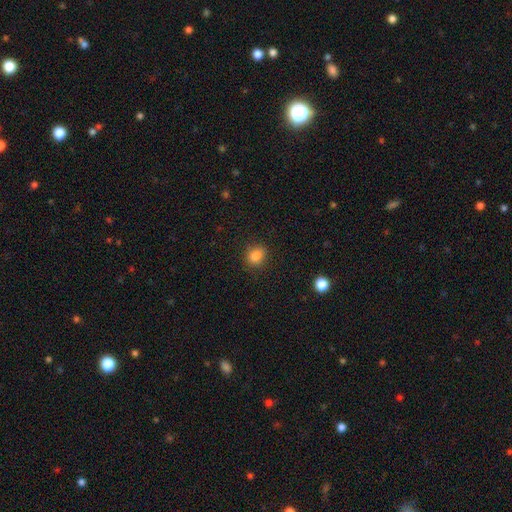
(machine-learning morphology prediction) Q: Smooth or featured?
A: smooth (84%); runner-up: star or artifact (11%)
Q: How rounded?
A: round (60%); runner-up: in between (38%)
Q: Merging?
A: none (85%); runner-up: minor disturbance (11%)